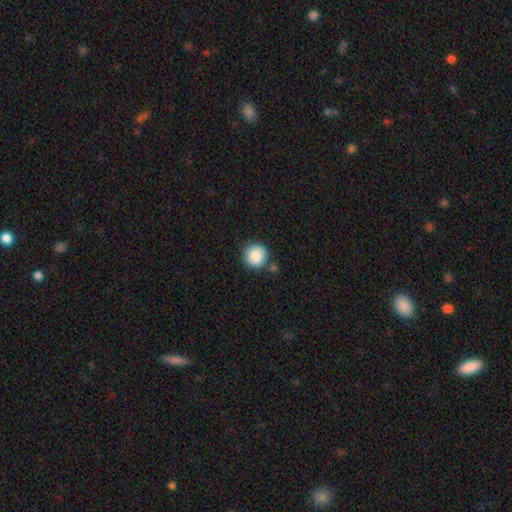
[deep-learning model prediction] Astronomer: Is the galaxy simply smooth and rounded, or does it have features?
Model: smooth — 88%.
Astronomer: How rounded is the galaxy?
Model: round — 94%.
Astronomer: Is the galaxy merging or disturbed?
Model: none — 78%.